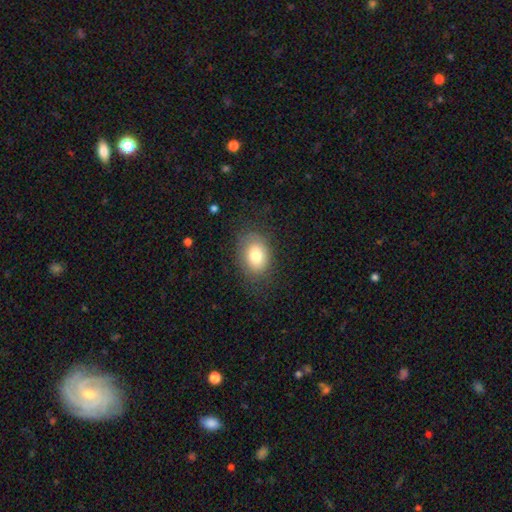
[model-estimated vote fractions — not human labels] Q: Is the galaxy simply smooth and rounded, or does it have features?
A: smooth — 78%.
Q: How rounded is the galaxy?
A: in between — 74%.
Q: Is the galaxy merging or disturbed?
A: none — 77%.